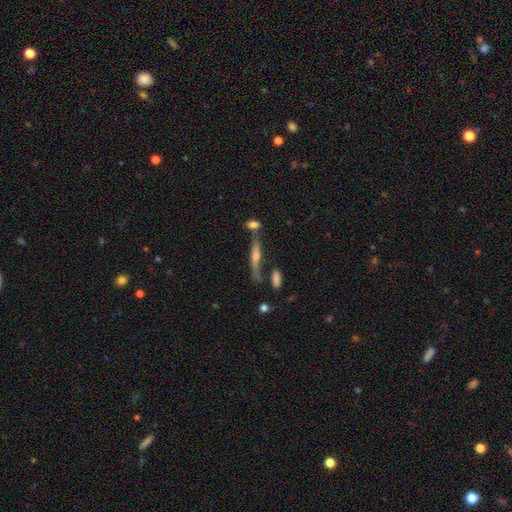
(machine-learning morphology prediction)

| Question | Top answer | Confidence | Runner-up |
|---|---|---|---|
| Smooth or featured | featured or disk | 67% | smooth (25%) |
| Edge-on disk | yes | 91% | no (9%) |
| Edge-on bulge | rounded | 81% | none (11%) |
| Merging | none | 63% | merger (16%) |